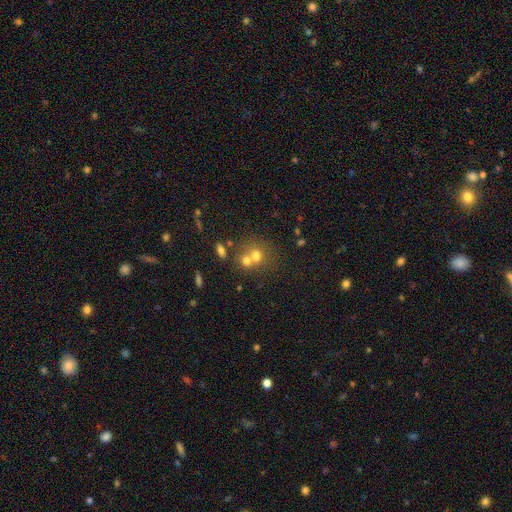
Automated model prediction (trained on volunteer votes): This appears to be a smooth galaxy with no disk features (66%) that is round (72%). Merging: merger (52%).